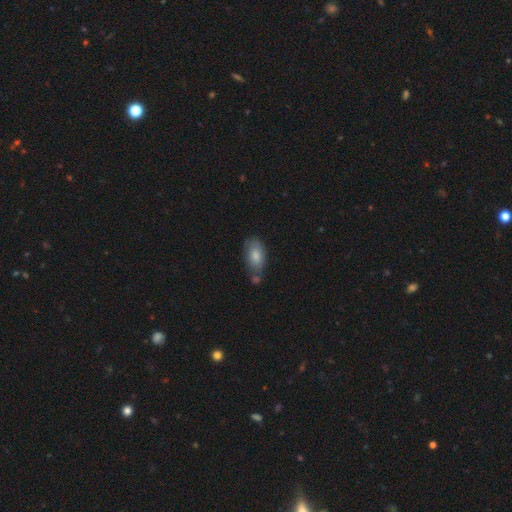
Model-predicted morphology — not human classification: Overall: smooth (80%). How rounded: in between (92%). Merging: none (58%; minor disturbance 21%).